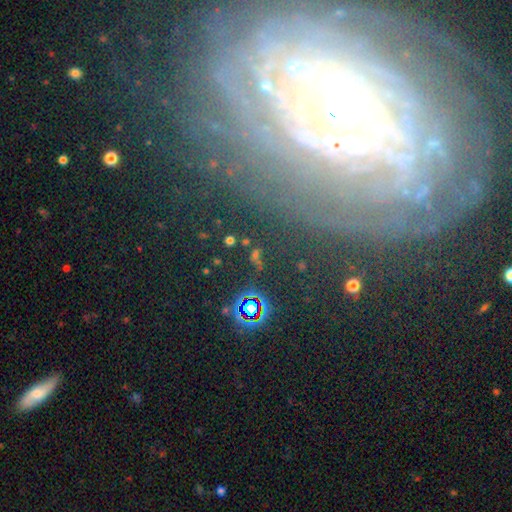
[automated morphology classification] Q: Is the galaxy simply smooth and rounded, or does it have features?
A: featured or disk — 65%.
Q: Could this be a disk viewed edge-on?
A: no — 88%.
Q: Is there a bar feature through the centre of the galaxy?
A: no — 59%.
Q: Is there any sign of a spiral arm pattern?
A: yes — 81%.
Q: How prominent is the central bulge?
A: small — 44%.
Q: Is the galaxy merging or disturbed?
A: none — 78%.